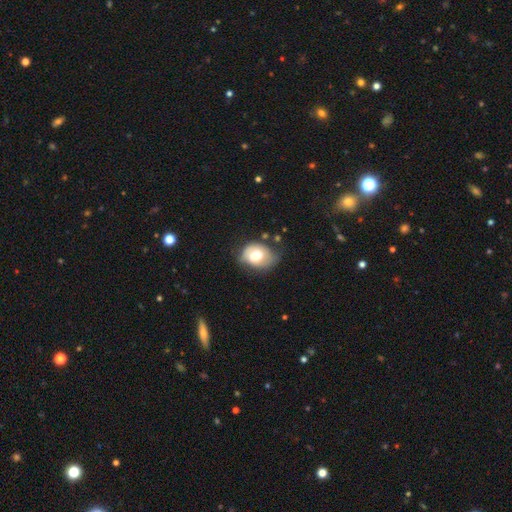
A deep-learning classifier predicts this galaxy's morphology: A smooth galaxy with no disk features (62%) that is in between round and cigar-shaped (52%). Merging: none (53%).